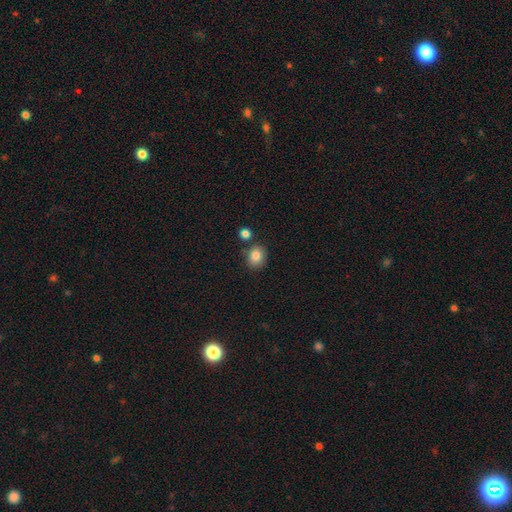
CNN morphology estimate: This is clearly a smooth galaxy (84%). How rounded: likely round (62%). Merging: likely none (75%).